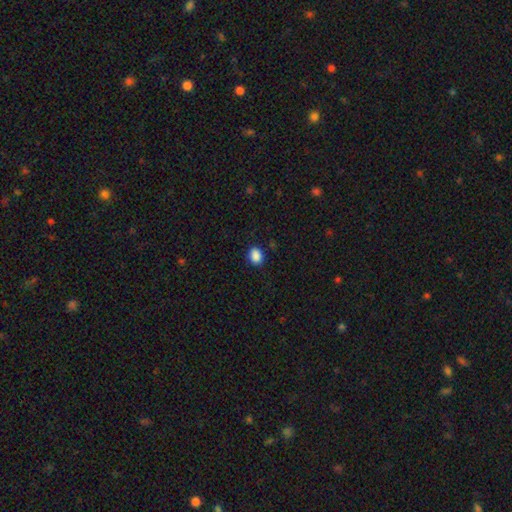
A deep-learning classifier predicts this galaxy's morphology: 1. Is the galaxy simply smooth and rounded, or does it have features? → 88% smooth, 9% star or artifact, 3% featured or disk.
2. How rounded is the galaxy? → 54% in between, 45% round, 1% cigar-shaped.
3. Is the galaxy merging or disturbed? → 86% none, 10% minor disturbance, 3% major disturbance, 1% merger.